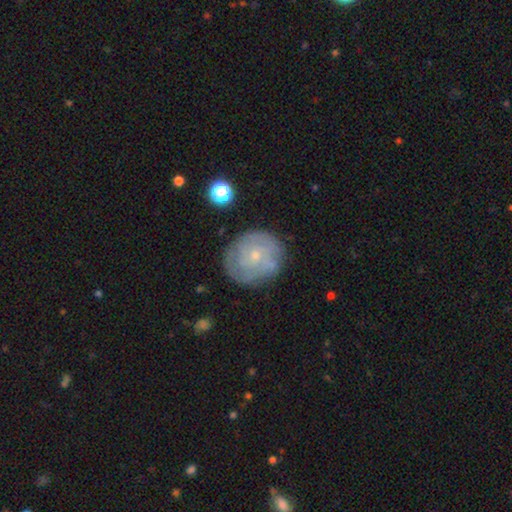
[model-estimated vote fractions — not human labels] This is possibly a featured or disk galaxy (55%). It is clearly not viewed edge-on (97%). Bar: clearly no (82%). Spiral arm pattern: likely yes (65%). Central bulge: likely small (71%). Merging: likely none (74%).